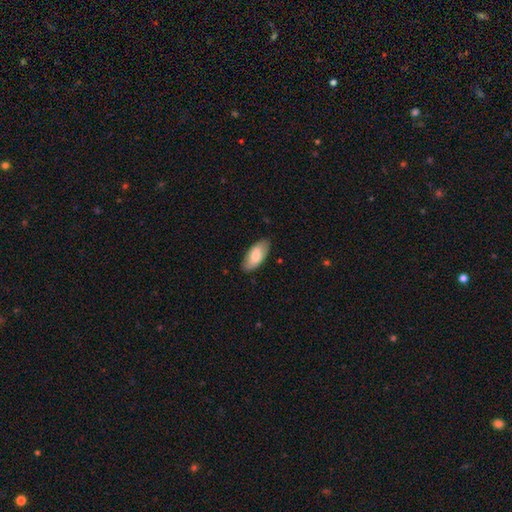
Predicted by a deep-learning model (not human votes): smooth 76%, featured or disk 19%, star or artifact 5%. Down the decision tree: how rounded — in between (92%); merging — none (84%).